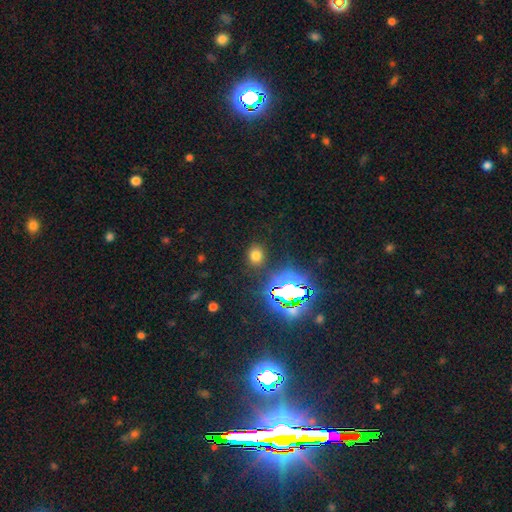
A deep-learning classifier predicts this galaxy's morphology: Q: Smooth or featured?
A: smooth (65%); runner-up: star or artifact (29%)
Q: How rounded?
A: round (59%); runner-up: in between (40%)
Q: Merging?
A: none (86%); runner-up: minor disturbance (9%)